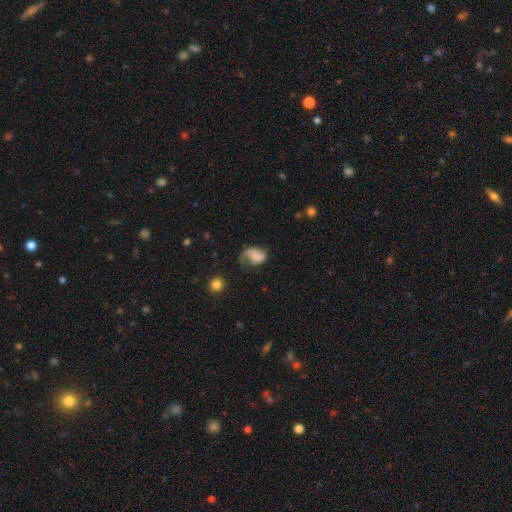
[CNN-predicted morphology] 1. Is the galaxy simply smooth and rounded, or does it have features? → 55% smooth, 35% featured or disk, 10% star or artifact.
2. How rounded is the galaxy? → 73% in between, 25% round, 1% cigar-shaped.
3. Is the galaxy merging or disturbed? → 40% major disturbance, 30% none, 26% minor disturbance, 4% merger.